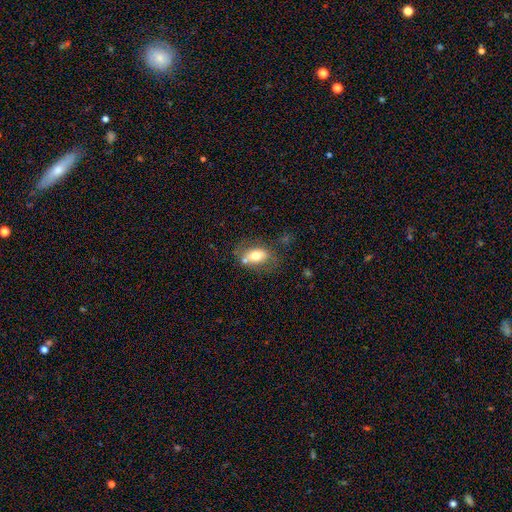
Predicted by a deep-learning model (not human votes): Morphology: type=smooth (68%); roundness=in between (85%); merging=none (53%).